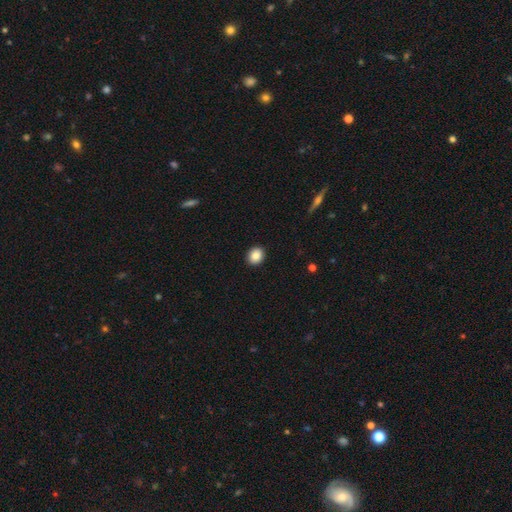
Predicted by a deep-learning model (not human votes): Smooth or featured? Predicted: smooth (p=0.87). How rounded? Predicted: round (p=0.72). Merging? Predicted: none (p=0.92).